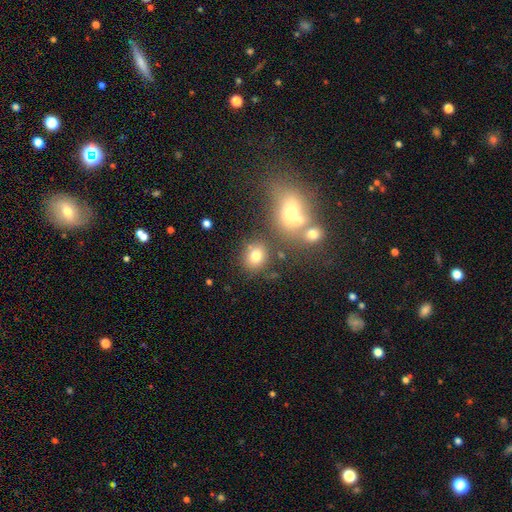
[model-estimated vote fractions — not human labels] A smooth galaxy with no disk features (75%) that is round (67%). Merging: none (69%).